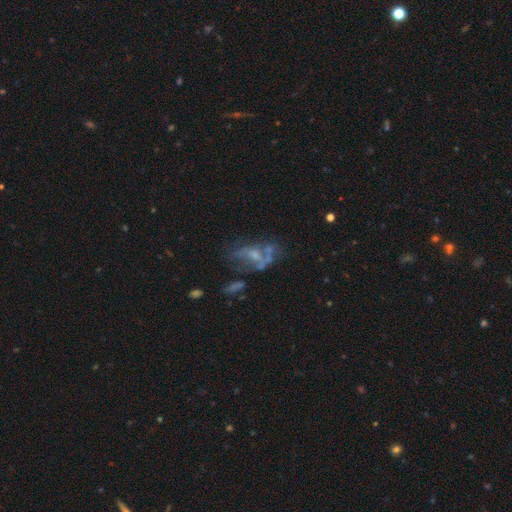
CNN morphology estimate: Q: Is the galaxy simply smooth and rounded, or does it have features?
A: featured or disk — 60%.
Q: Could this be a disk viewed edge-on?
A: no — 94%.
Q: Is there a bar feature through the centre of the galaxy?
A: no — 74%.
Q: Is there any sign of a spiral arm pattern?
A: no — 72%.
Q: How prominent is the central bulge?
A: small — 33%.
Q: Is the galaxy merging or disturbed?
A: major disturbance — 32%.